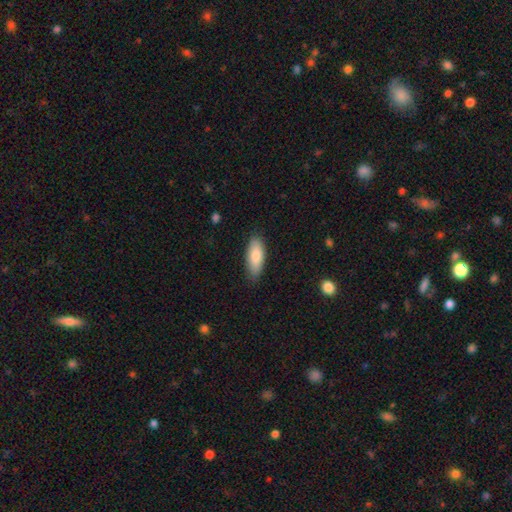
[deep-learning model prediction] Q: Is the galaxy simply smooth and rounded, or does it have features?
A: smooth — 83%.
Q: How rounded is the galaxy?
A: in between — 76%.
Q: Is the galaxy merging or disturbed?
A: none — 83%.